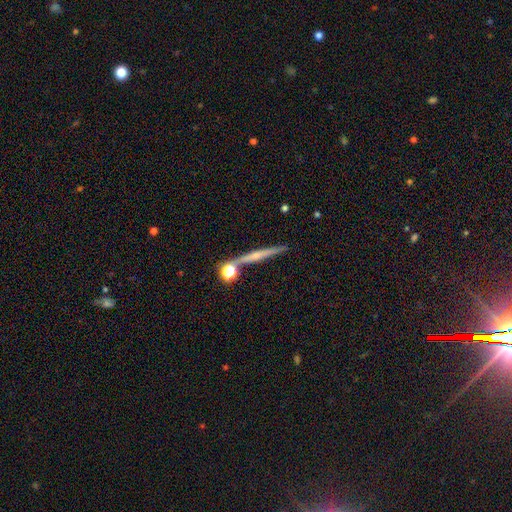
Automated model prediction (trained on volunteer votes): Overall: featured or disk (62%; smooth 28%). Edge-on disk: yes (96%). Edge-on bulge: rounded (61%; none 30%). Merging: none (79%).